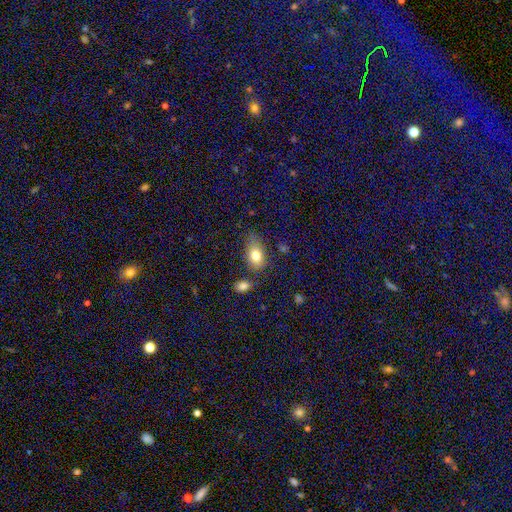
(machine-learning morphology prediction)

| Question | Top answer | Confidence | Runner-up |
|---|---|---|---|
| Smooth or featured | smooth | 78% | featured or disk (12%) |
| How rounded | in between | 84% | round (13%) |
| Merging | none | 57% | minor disturbance (28%) |